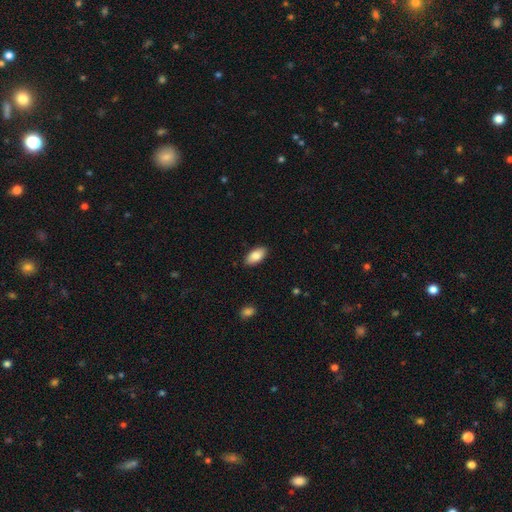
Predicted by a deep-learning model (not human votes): This appears to be a smooth galaxy with no disk features (85%) that is in between round and cigar-shaped (93%). Merging: none (88%).